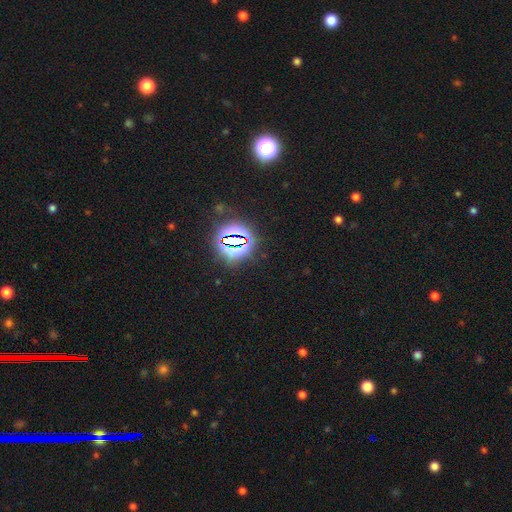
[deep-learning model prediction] star or artifact 82%, smooth 10%, featured or disk 7%.